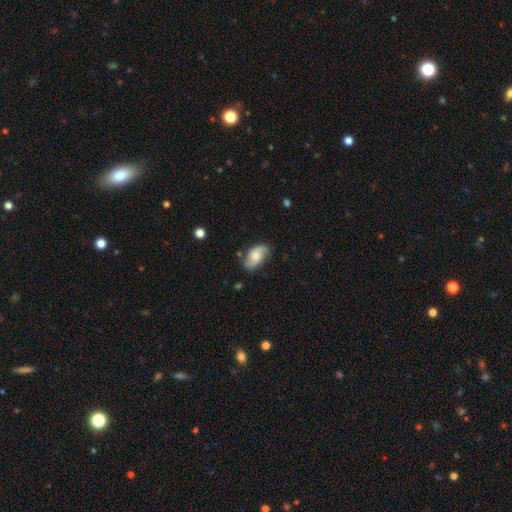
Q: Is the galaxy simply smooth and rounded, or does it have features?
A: featured or disk — 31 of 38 (82%).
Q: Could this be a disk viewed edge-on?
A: no — 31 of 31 (100%).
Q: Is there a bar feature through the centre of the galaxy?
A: no — 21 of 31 (68%).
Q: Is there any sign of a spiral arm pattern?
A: yes — 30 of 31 (97%).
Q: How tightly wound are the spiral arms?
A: loose — 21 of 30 (70%).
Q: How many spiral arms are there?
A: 2 — 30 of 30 (100%).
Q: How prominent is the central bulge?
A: moderate — 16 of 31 (52%).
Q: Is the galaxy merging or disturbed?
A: none — 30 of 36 (83%).